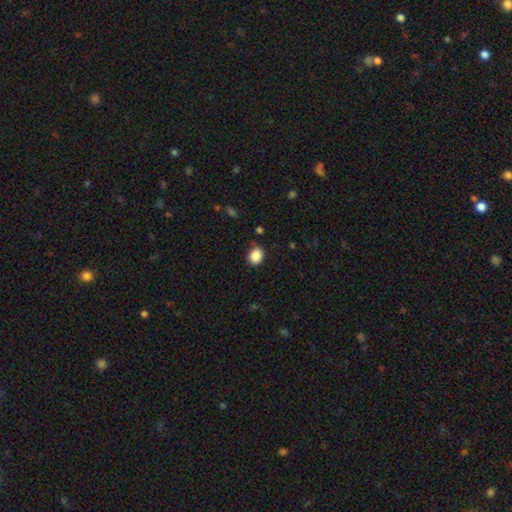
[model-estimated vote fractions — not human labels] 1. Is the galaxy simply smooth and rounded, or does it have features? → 88% smooth, 9% star or artifact, 3% featured or disk.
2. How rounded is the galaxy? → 52% round, 47% in between, 1% cigar-shaped.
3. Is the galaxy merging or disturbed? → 81% none, 14% minor disturbance, 3% major disturbance, 2% merger.